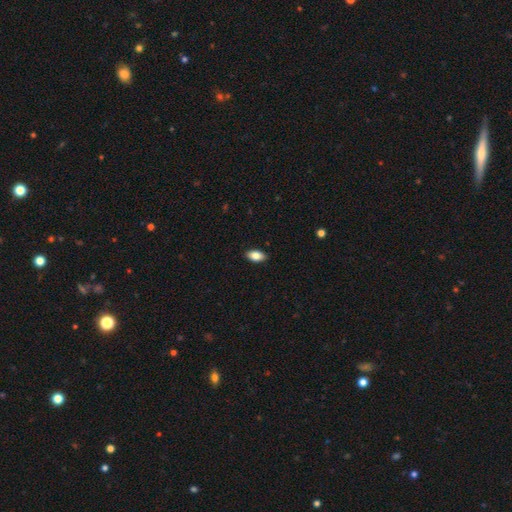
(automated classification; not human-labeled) smooth-or-featured: smooth: 85% | featured or disk: 8% | star or artifact: 7%
  how-rounded: in between: 93% | round: 4% | cigar-shaped: 4%
  merging: none: 89% | minor disturbance: 8% | major disturbance: 2% | merger: 1%